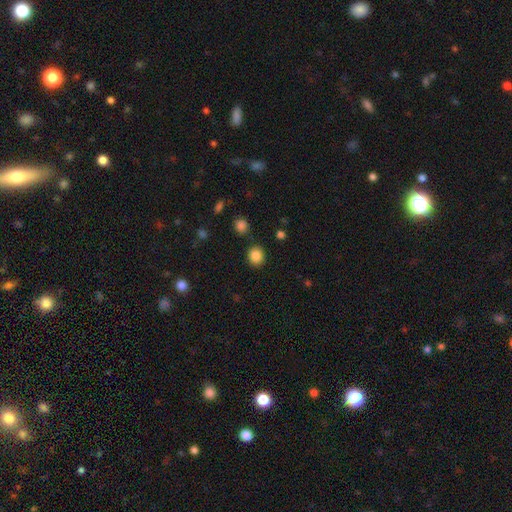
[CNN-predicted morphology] type=smooth (86%); roundness=round (81%); merging=none (86%).